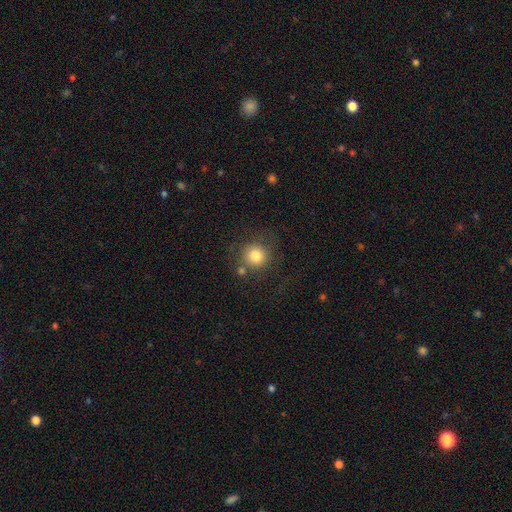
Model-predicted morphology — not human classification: type=smooth (80%); roundness=round (92%); merging=none (70%).